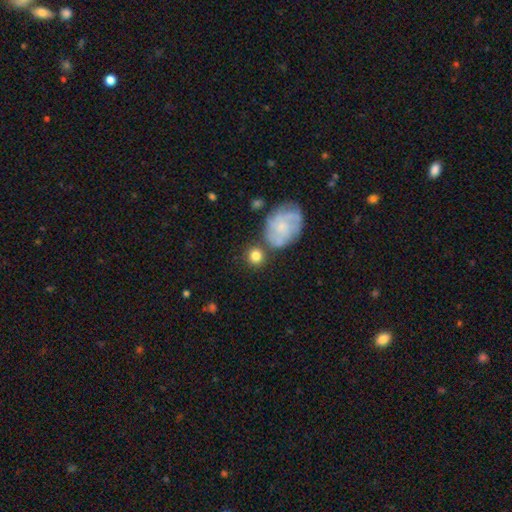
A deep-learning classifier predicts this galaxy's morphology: Smooth or featured: smooth — 76% (featured or disk — 16%)
How rounded: round — 85% (in between — 14%)
Merging: none — 72% (minor disturbance — 12%)